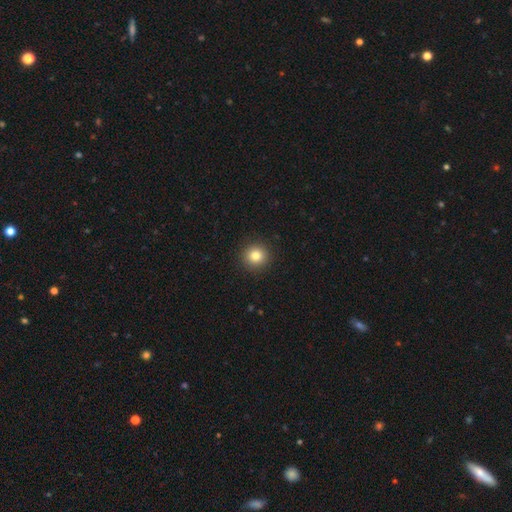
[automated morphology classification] The model was most divided on "smooth or featured": smooth: 82%, star or artifact: 11%, featured or disk: 7%. More confident: how rounded — round (94%); merging — none (92%).